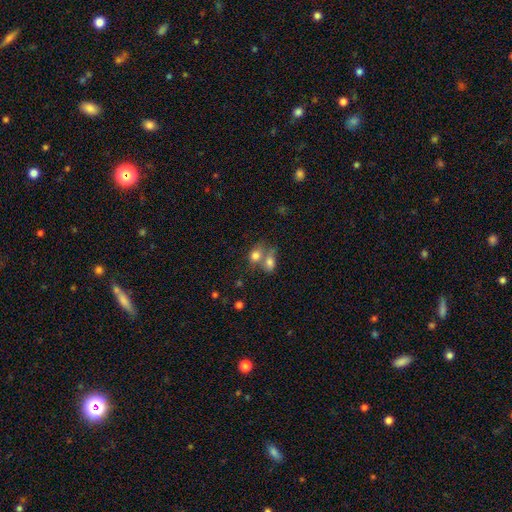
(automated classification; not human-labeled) A smooth galaxy with no disk features (78%) that is in between round and cigar-shaped (61%). Merging: merger (59%).